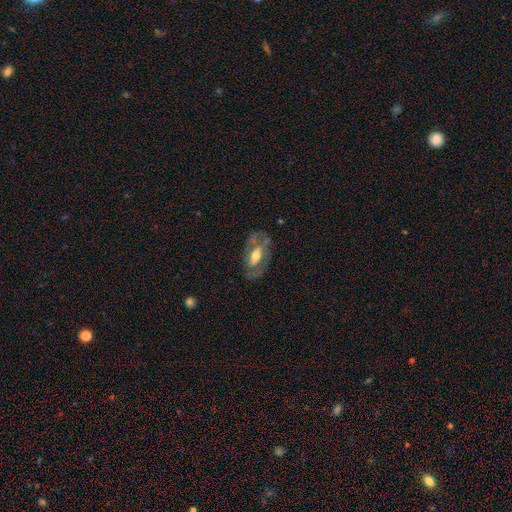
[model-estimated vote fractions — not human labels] The model was most divided on "spiral arms": no: 52%, yes: 48%. Remaining: edge-on disk — no (89%); merging — none (70%); smooth or featured — featured or disk (63%); bulge size — moderate (62%); bar — no (46%).